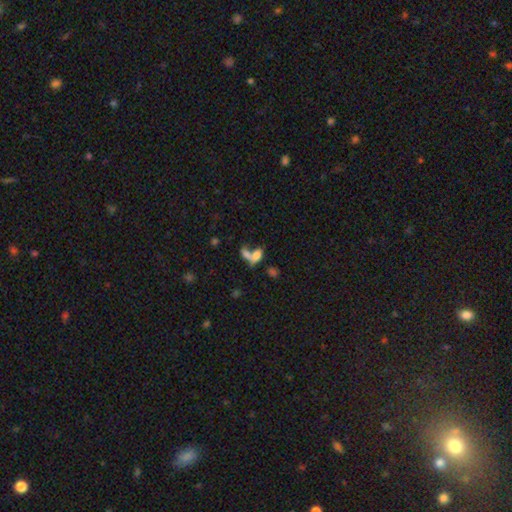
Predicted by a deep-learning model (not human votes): A smooth galaxy with no disk features (68%) that is in between round and cigar-shaped (77%).

Vote fractions:
- Smooth or featured? smooth: 68% / featured or disk: 19% / star or artifact: 13%
- How rounded? in between: 77% / round: 11% / cigar-shaped: 11%
- Merging? merger: 61% / none: 22% / major disturbance: 9% / minor disturbance: 8%